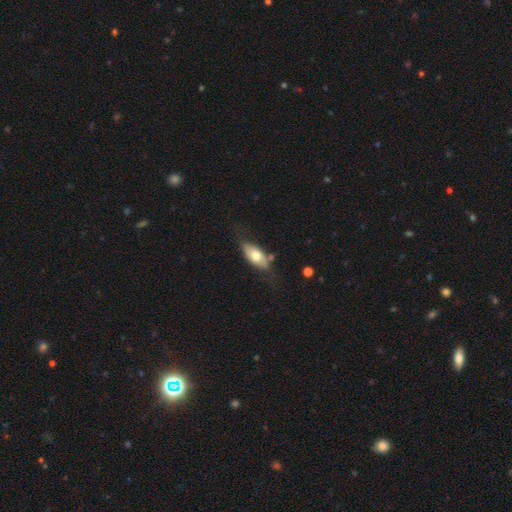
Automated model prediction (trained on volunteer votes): This is likely a smooth galaxy (65%). How rounded: clearly in between (88%). Merging: likely none (65%).